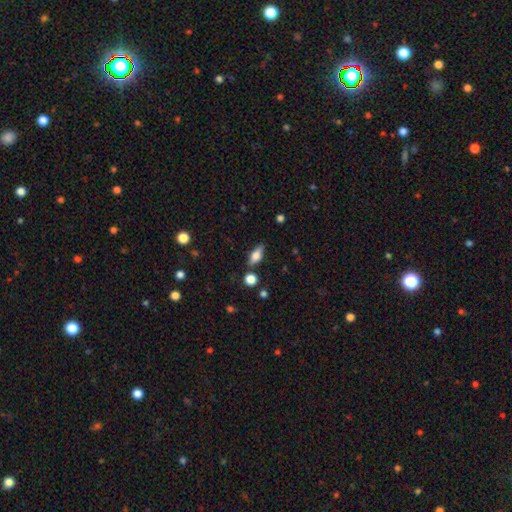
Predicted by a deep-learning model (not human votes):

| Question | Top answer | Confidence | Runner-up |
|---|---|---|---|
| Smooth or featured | smooth | 70% | featured or disk (22%) |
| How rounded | in between | 78% | cigar-shaped (17%) |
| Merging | none | 78% | minor disturbance (15%) |